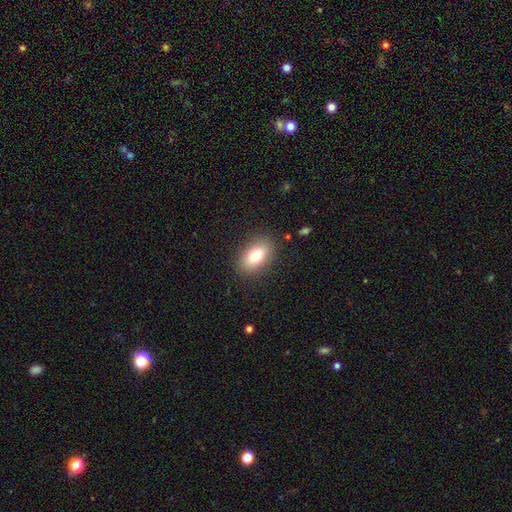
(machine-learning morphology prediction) Smooth or featured: smooth — 78% (featured or disk — 14%)
How rounded: in between — 87% (round — 10%)
Merging: none — 87% (minor disturbance — 9%)